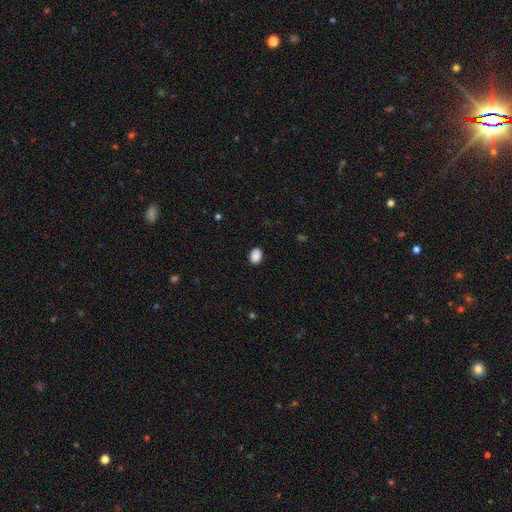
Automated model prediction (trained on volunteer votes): The model was most divided on "how rounded": in between: 76%, round: 23%, cigar-shaped: 1%. More confident: smooth or featured — smooth (89%); merging — none (88%).